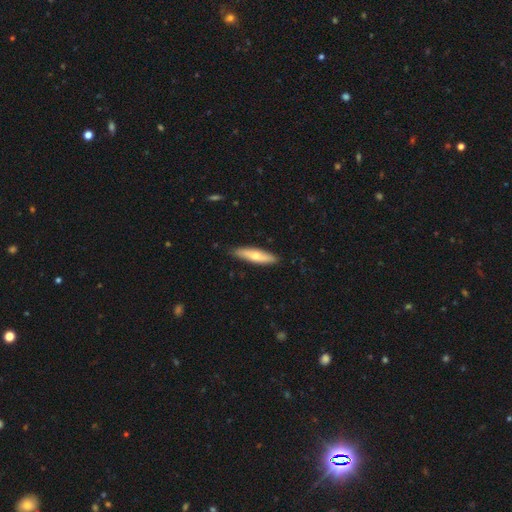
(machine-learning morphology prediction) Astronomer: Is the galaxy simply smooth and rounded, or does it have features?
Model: smooth — 55% (runner-up: featured or disk, 39%).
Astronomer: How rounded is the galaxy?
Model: cigar-shaped — 79%.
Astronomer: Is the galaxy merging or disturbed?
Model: none — 88%.